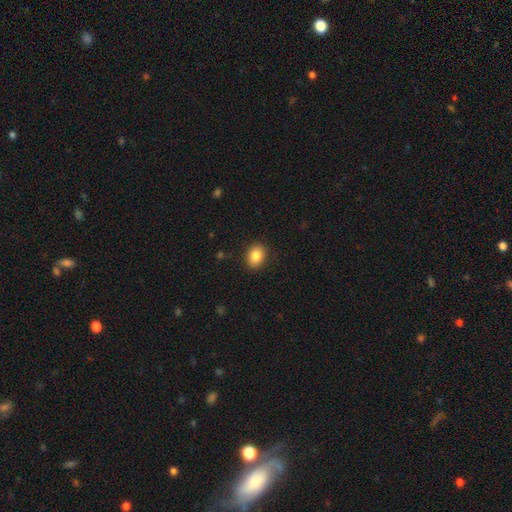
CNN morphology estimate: type=smooth (86%); roundness=in between (58%); merging=none (89%).